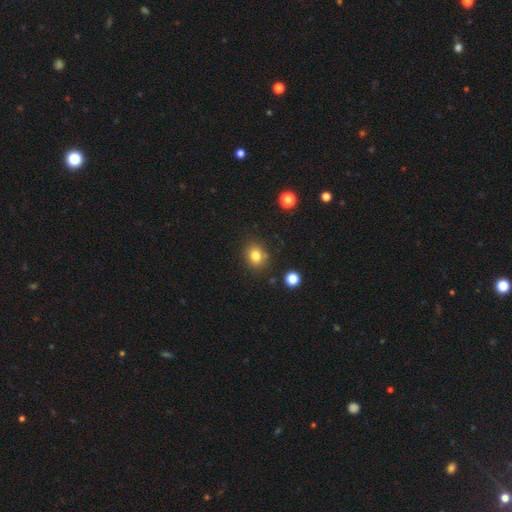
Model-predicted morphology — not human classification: A smooth galaxy with no disk features (81%) that is round (67%). Merging: none (82%).